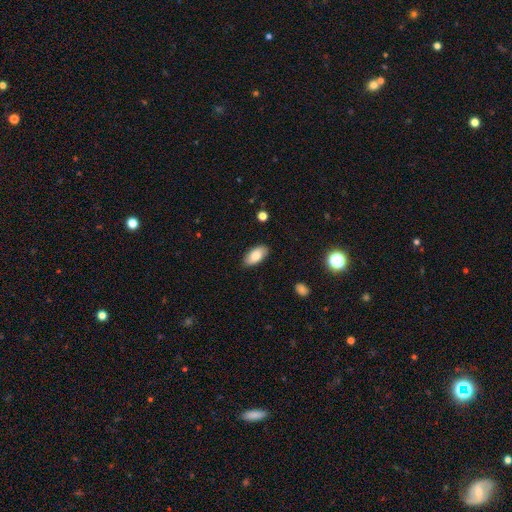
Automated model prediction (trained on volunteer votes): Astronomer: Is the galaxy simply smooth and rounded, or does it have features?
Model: smooth — 84%.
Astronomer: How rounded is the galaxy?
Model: in between — 93%.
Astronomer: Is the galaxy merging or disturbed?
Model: none — 86%.